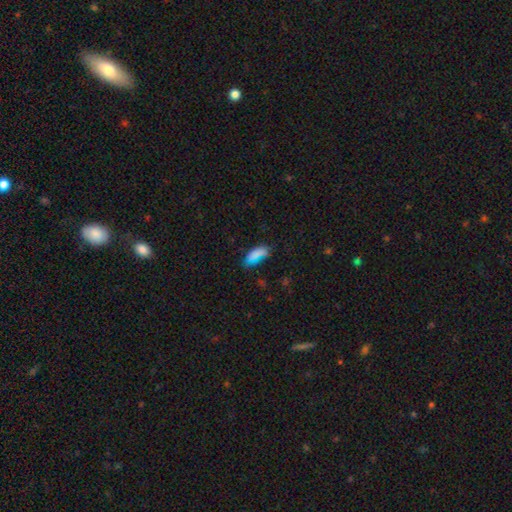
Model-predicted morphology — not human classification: A smooth galaxy with no disk features (75%) that is in between round and cigar-shaped (81%). Merging: none (57%).